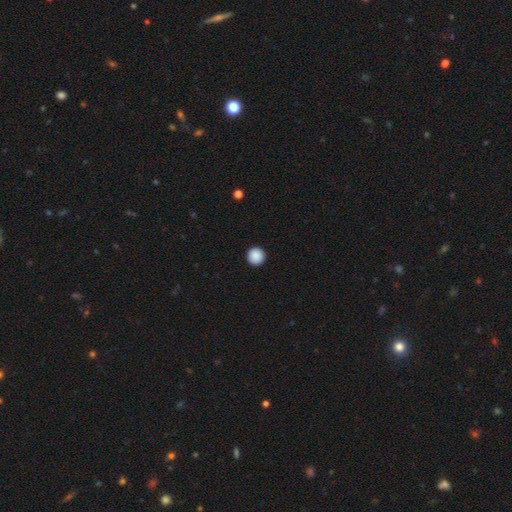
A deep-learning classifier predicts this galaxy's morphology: A smooth galaxy with no disk features (89%) that is round (96%). Merging: none (94%).